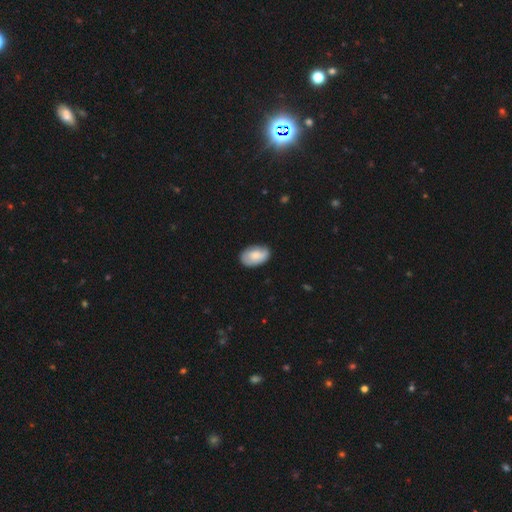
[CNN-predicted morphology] type=smooth (68%); roundness=in between (91%); merging=none (73%).